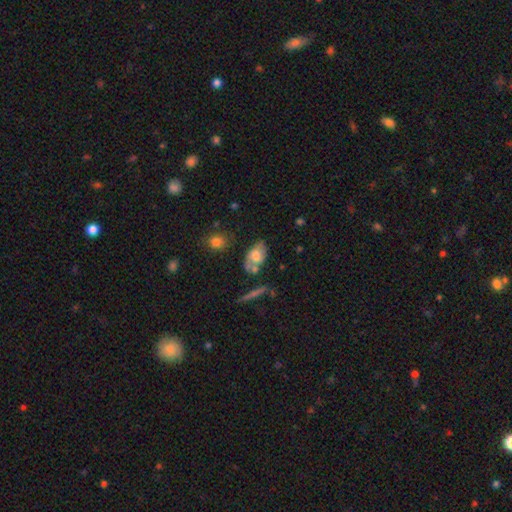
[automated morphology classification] This is possibly a smooth galaxy (56%). How rounded: clearly in between (84%). Merging: possibly none (47%).